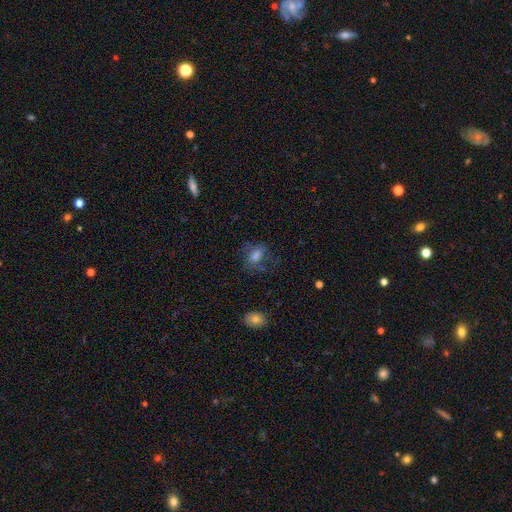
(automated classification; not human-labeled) A smooth galaxy with no disk features (56%) that is in between round and cigar-shaped (71%).

Vote fractions:
- Smooth or featured? smooth: 56% / featured or disk: 28% / star or artifact: 17%
- How rounded? in between: 71% / round: 25% / cigar-shaped: 4%
- Merging? none: 59% / minor disturbance: 20% / major disturbance: 18% / merger: 2%